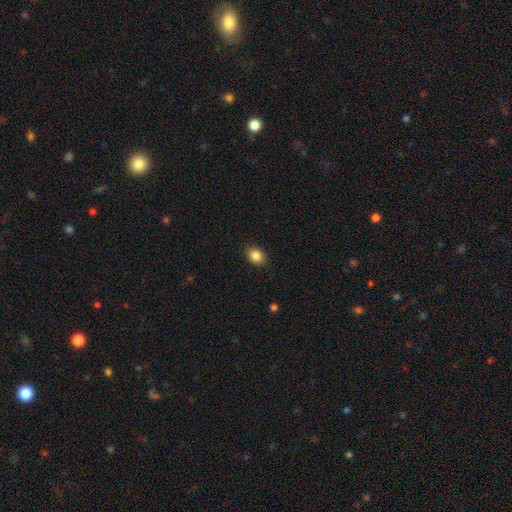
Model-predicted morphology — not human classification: smooth-or-featured: smooth: 86% | star or artifact: 9% | featured or disk: 5%
  how-rounded: in between: 61% | round: 38% | cigar-shaped: 1%
  merging: none: 88% | minor disturbance: 9% | major disturbance: 2% | merger: 1%